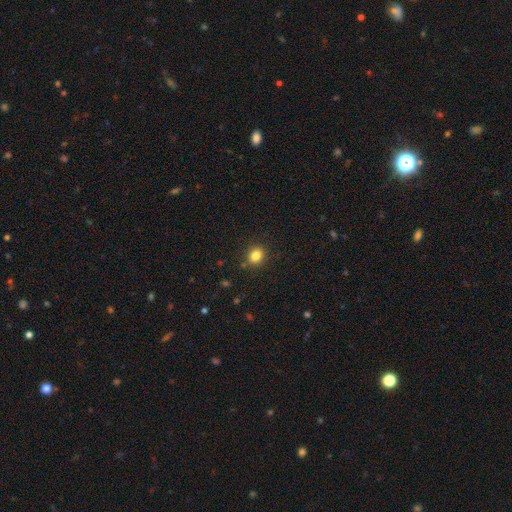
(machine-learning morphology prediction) smooth_or_featured: smooth (p=0.83) [alt: star or artifact p=0.11]
how_rounded: round (p=0.72) [alt: in between p=0.27]
merging: none (p=0.87) [alt: minor disturbance p=0.09]